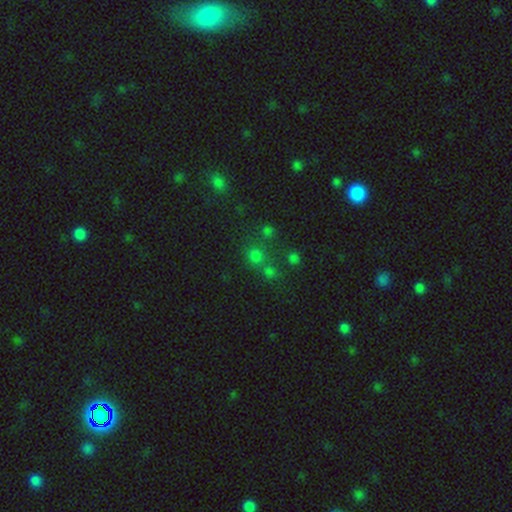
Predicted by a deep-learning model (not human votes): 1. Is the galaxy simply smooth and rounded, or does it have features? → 63% smooth, 30% star or artifact, 8% featured or disk.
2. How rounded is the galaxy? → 86% round, 13% in between, 1% cigar-shaped.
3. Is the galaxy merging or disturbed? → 57% none, 28% merger, 9% minor disturbance, 5% major disturbance.